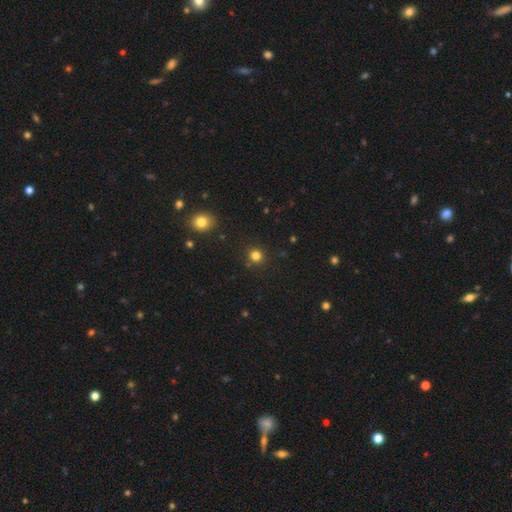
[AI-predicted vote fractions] Smooth or featured: smooth — 80% (star or artifact — 15%)
How rounded: round — 92% (in between — 7%)
Merging: none — 89% (minor disturbance — 7%)